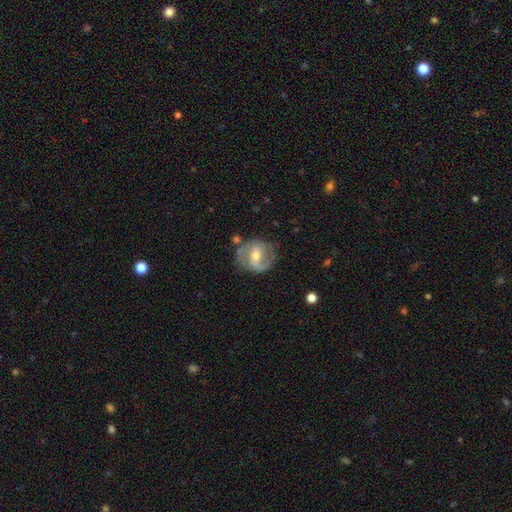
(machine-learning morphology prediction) Smooth or featured? featured or disk (77%)
Edge-on disk? no (97%)
Bar? weak (47%)
Spiral arms? yes (89%)
Spiral winding? medium (50%)
Spiral arm count? 2 (83%)
Bulge size? moderate (61%)
Merging? none (70%)